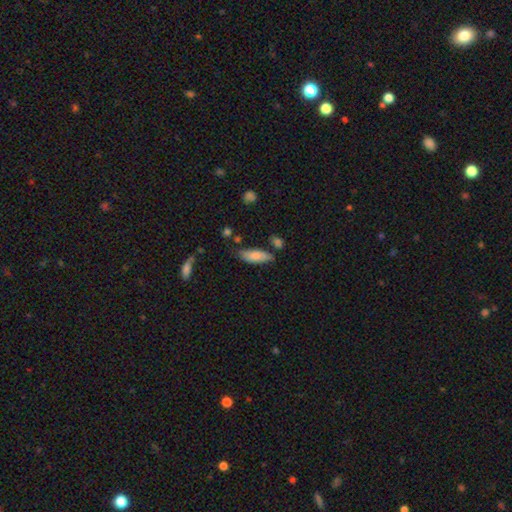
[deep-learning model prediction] Smooth or featured? smooth (78%)
How rounded? in between (71%)
Merging? none (65%)